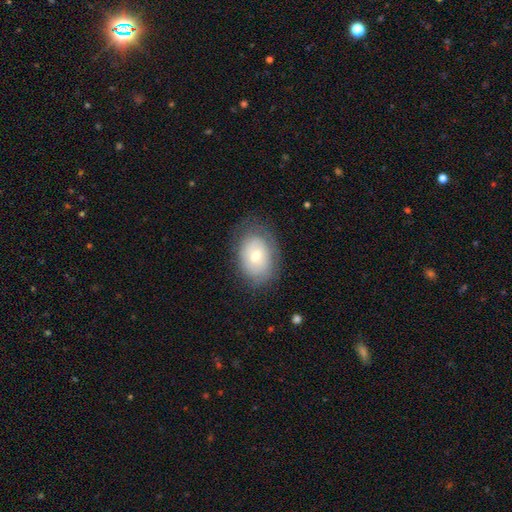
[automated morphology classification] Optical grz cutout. It shows a smooth galaxy with no disk features (57%) that is in between round and cigar-shaped (78%). Merging: none (73%).